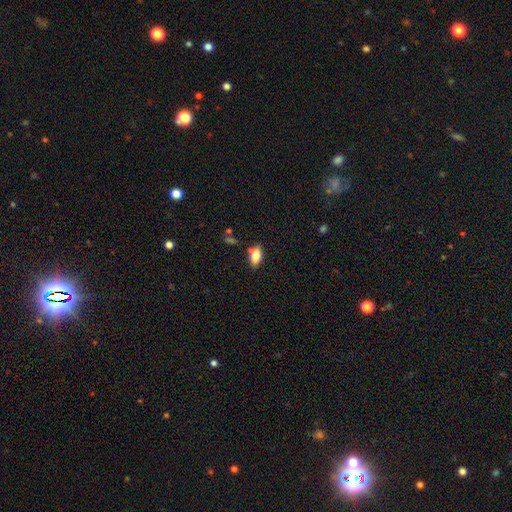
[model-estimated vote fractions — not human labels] smooth_or_featured: smooth (p=0.79) [alt: featured or disk p=0.13]
how_rounded: in between (p=0.89) [alt: round p=0.06]
merging: none (p=0.71) [alt: minor disturbance p=0.17]